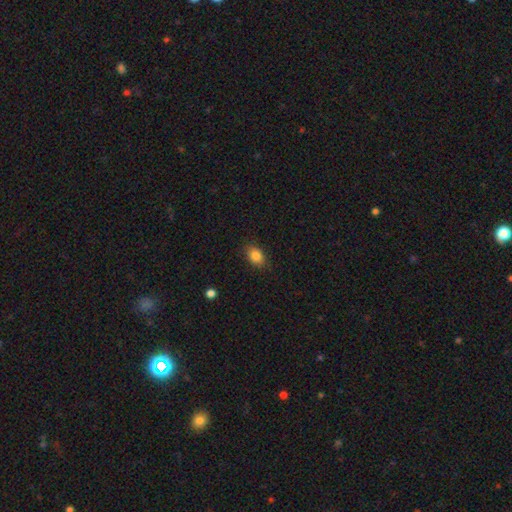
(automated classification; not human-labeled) A smooth galaxy with no disk features (85%) that is in between round and cigar-shaped (76%).

Vote fractions:
- Smooth or featured? smooth: 85% / star or artifact: 9% / featured or disk: 6%
- How rounded? in between: 76% / round: 23% / cigar-shaped: 1%
- Merging? none: 85% / minor disturbance: 11% / major disturbance: 3% / merger: 1%